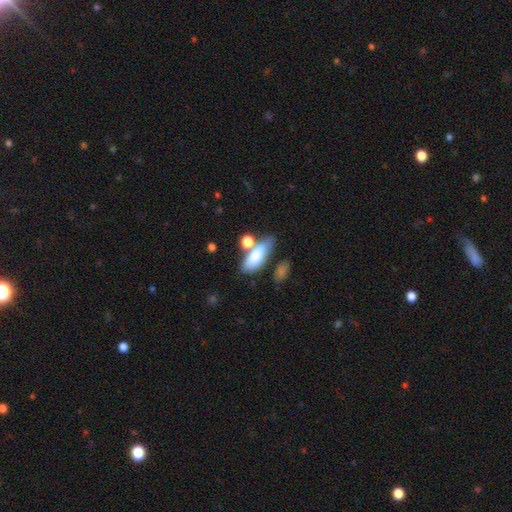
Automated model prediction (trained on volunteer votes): Smooth or featured? smooth (73%)
How rounded? in between (71%)
Merging? none (51%)